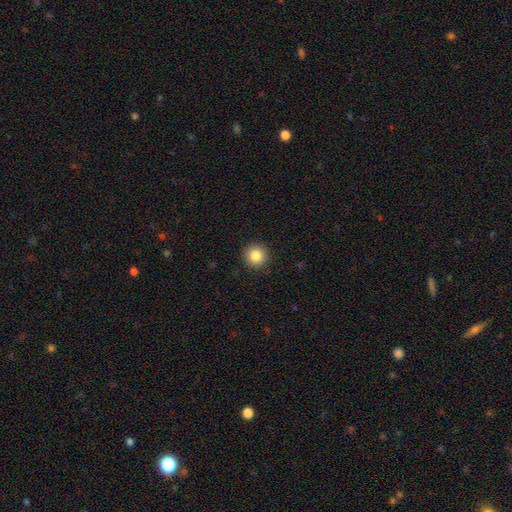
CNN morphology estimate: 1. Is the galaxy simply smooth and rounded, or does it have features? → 85% smooth, 10% star or artifact, 6% featured or disk.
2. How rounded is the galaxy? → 95% round, 4% in between, 1% cigar-shaped.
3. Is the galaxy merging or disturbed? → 92% none, 5% minor disturbance, 2% major disturbance, 1% merger.